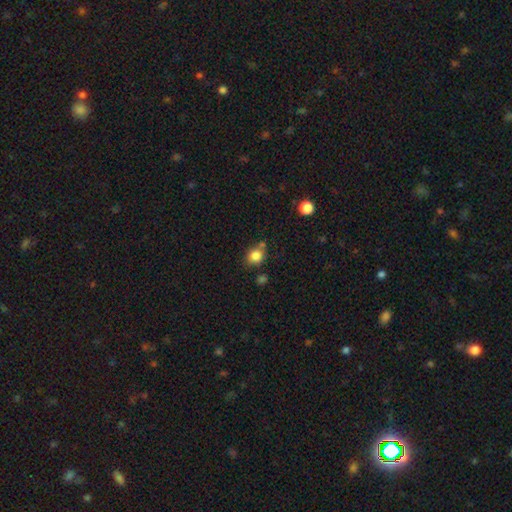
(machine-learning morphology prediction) A smooth galaxy with no disk features (84%) that is round (65%). Merging: none (66%).